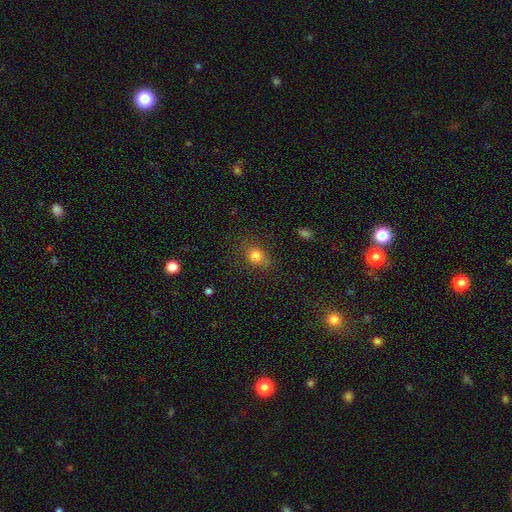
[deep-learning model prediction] A smooth galaxy with no disk features (80%) that is round (67%).

Vote fractions:
- Smooth or featured? smooth: 80% / star or artifact: 13% / featured or disk: 7%
- How rounded? round: 67% / in between: 32% / cigar-shaped: 1%
- Merging? none: 72% / minor disturbance: 17% / major disturbance: 6% / merger: 4%